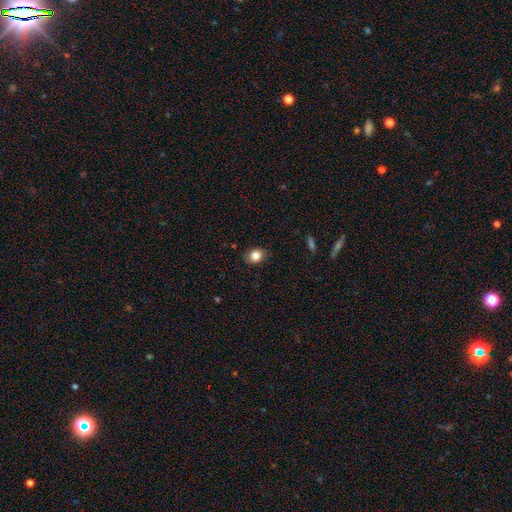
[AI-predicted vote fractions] The model was most divided on "how rounded": in between: 50%, round: 49%, cigar-shaped: 1%. More confident: merging — none (86%); smooth or featured — smooth (83%).